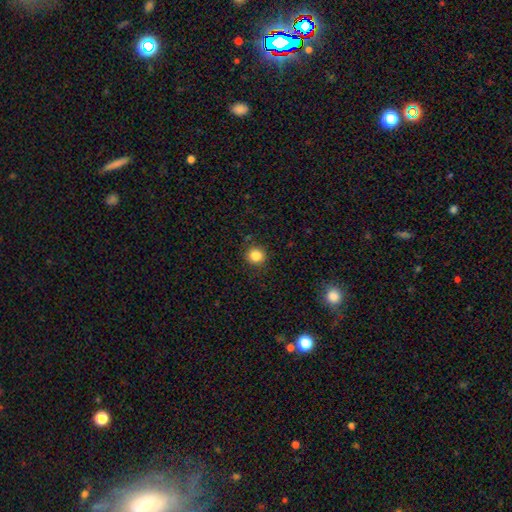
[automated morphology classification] smooth_or_featured: smooth (p=0.84) [alt: star or artifact p=0.11]
how_rounded: round (p=0.93) [alt: in between p=0.07]
merging: none (p=0.90) [alt: minor disturbance p=0.07]